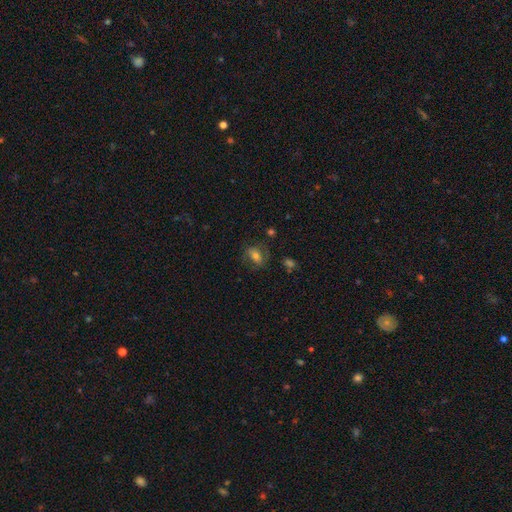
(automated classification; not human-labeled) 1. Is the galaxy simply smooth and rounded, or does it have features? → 57% smooth, 32% featured or disk, 11% star or artifact.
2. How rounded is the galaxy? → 66% in between, 31% round, 3% cigar-shaped.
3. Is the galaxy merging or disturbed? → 66% none, 19% minor disturbance, 12% major disturbance, 2% merger.